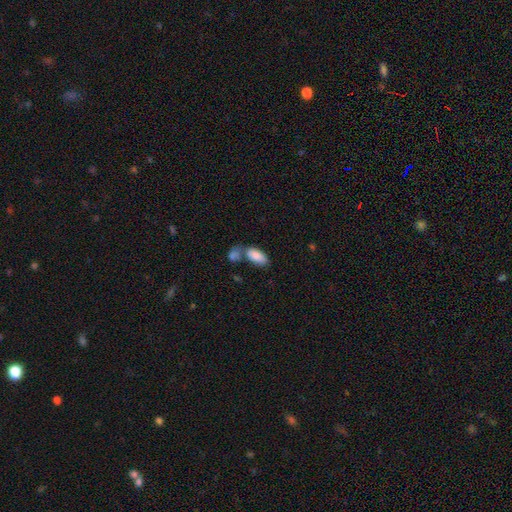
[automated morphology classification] Smooth or featured? smooth (87%)
How rounded? in between (93%)
Merging? none (42%)